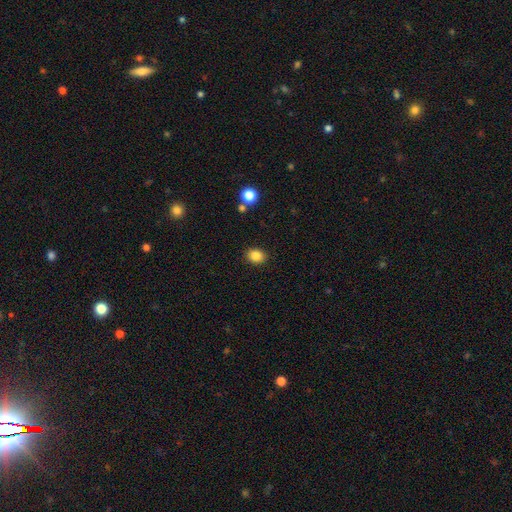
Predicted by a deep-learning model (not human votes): This appears to be a smooth galaxy with no disk features (84%) that is round (52%). Merging: none (89%).